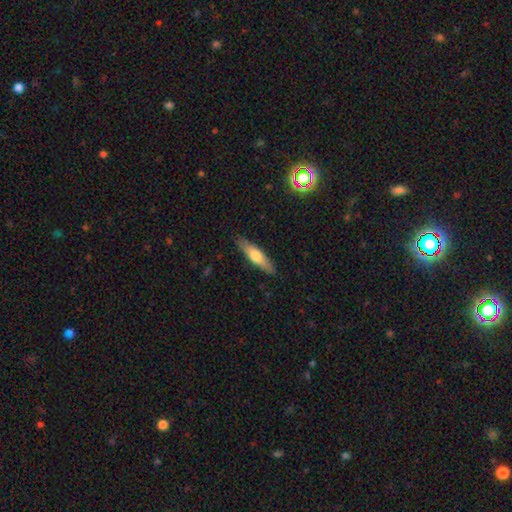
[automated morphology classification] A smooth galaxy with no disk features (58%) that is cigar-shaped (73%). Merging: none (87%).